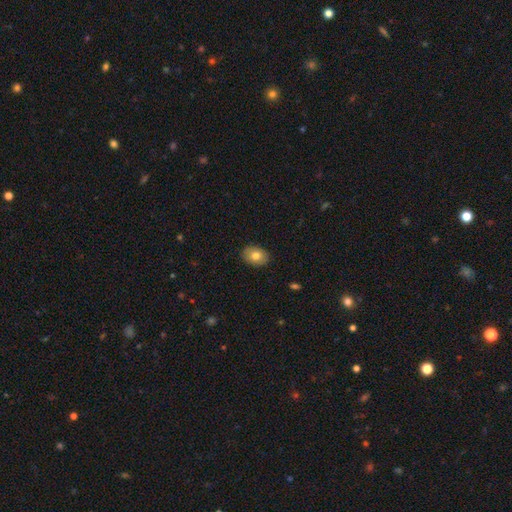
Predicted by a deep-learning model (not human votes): Smooth or featured: smooth — 78% (featured or disk — 15%)
How rounded: in between — 75% (round — 24%)
Merging: none — 88% (minor disturbance — 9%)